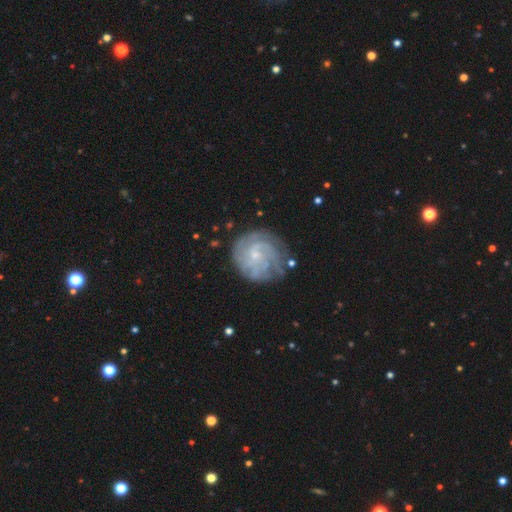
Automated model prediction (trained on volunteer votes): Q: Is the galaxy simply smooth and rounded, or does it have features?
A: featured or disk — 77%.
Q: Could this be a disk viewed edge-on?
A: no — 98%.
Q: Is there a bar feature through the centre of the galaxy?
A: no — 67%.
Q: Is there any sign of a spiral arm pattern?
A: yes — 89%.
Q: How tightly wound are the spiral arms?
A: tight — 60%.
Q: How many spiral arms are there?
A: can't tell — 41%.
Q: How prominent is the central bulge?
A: small — 73%.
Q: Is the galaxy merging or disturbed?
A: none — 68%.